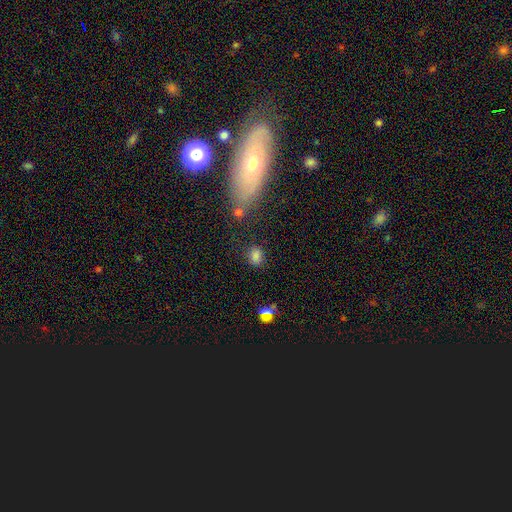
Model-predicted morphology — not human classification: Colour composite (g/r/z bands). It shows a smooth galaxy with no disk features (78%) that is round (50%). Merging: none (74%).